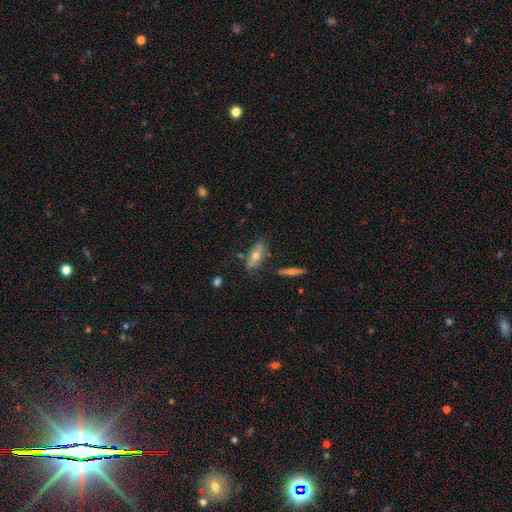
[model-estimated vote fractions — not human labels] Smooth or featured?
  - smooth: 47% *
  - featured or disk: 44%
  - star or artifact: 8%
Merging?
  - none: 64% *
  - minor disturbance: 21%
  - major disturbance: 7%
  - merger: 7%